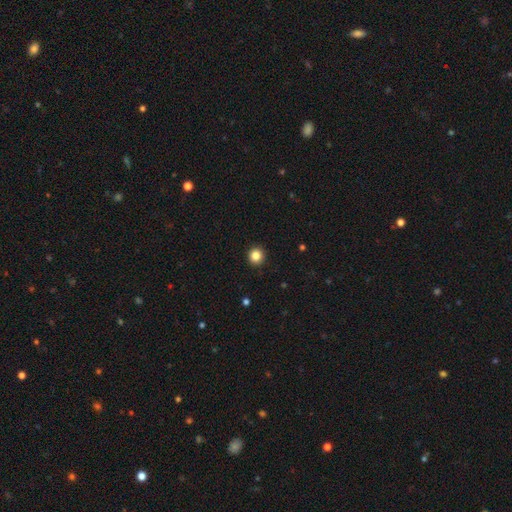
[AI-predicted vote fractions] smooth 85%, star or artifact 11%, featured or disk 4%. Down the decision tree: how rounded — round (93%); merging — none (93%).